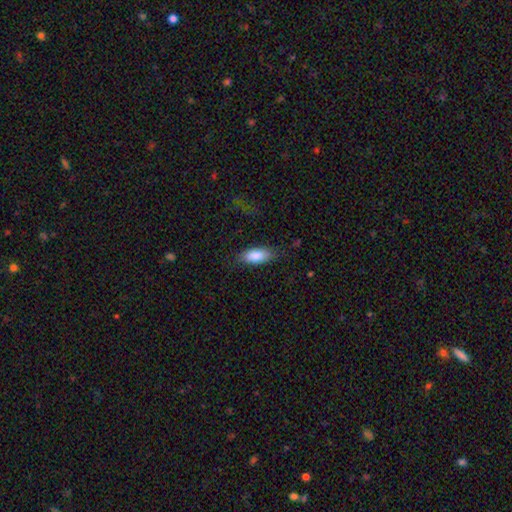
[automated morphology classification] Q: Smooth or featured?
A: smooth (85%); runner-up: featured or disk (9%)
Q: How rounded?
A: in between (84%); runner-up: cigar-shaped (14%)
Q: Merging?
A: none (74%); runner-up: minor disturbance (17%)